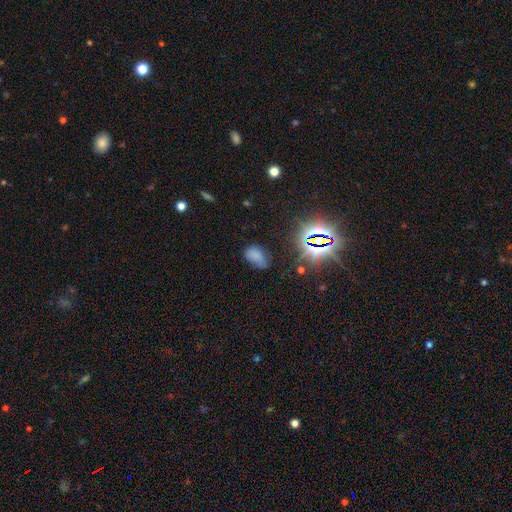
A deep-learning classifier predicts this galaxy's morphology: A smooth galaxy with no disk features (62%) that is in between round and cigar-shaped (89%). Merging: none (49%).